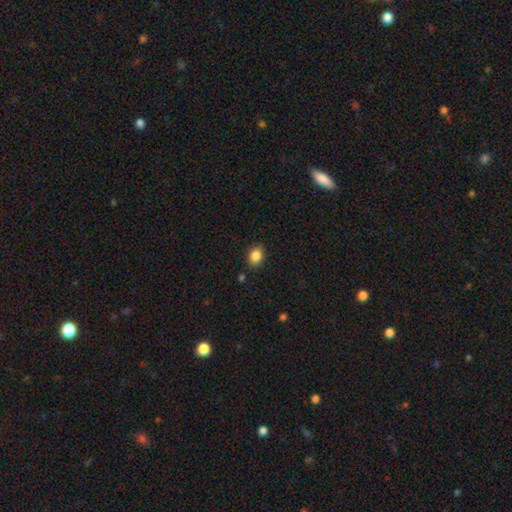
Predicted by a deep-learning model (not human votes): smooth_or_featured: smooth (p=0.86) [alt: star or artifact p=0.10]
how_rounded: in between (p=0.52) [alt: round p=0.47]
merging: none (p=0.87) [alt: minor disturbance p=0.09]